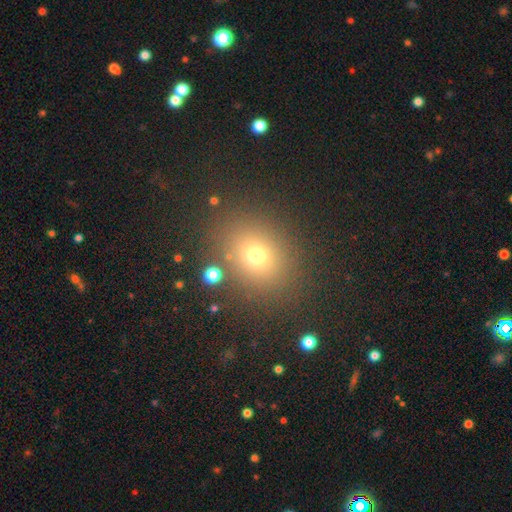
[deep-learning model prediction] Smooth or featured? smooth (68%)
How rounded? round (61%)
Merging? none (84%)